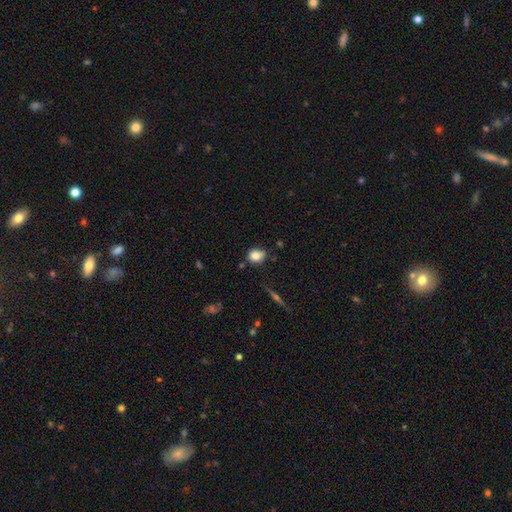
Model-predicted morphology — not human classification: Smooth or featured?
  - smooth: 83% *
  - star or artifact: 10%
  - featured or disk: 8%
How rounded?
  - round: 54% *
  - in between: 45%
  - cigar-shaped: 2%
Merging?
  - none: 70% *
  - minor disturbance: 22%
  - merger: 4%
  - major disturbance: 4%